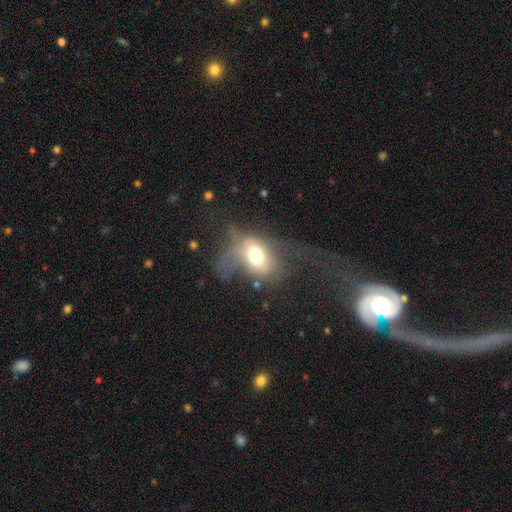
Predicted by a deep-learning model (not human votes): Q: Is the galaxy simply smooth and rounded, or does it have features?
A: smooth — 58%.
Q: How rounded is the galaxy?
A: in between — 75%.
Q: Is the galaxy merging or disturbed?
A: major disturbance — 52%.